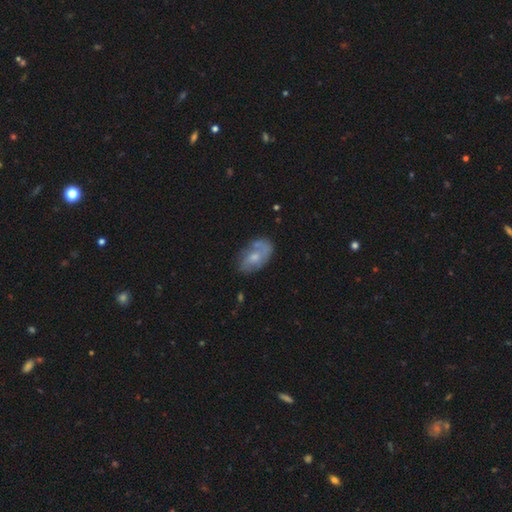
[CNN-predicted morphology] smooth-or-featured: featured or disk: 52% | smooth: 40% | star or artifact: 8%
  disk-edge-on: no: 95% | yes: 5%
  merging: none: 57% | minor disturbance: 25% | major disturbance: 11% | merger: 6%